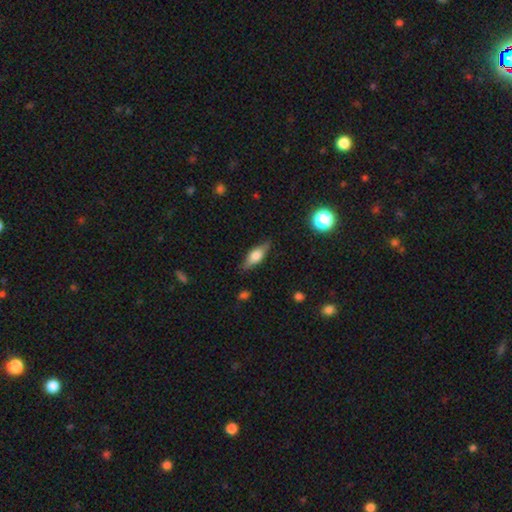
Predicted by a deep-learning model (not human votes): smooth_or_featured: smooth (p=0.54) [alt: featured or disk p=0.39]
how_rounded: in between (p=0.58) [alt: cigar-shaped p=0.38]
merging: none (p=0.83) [alt: minor disturbance p=0.12]